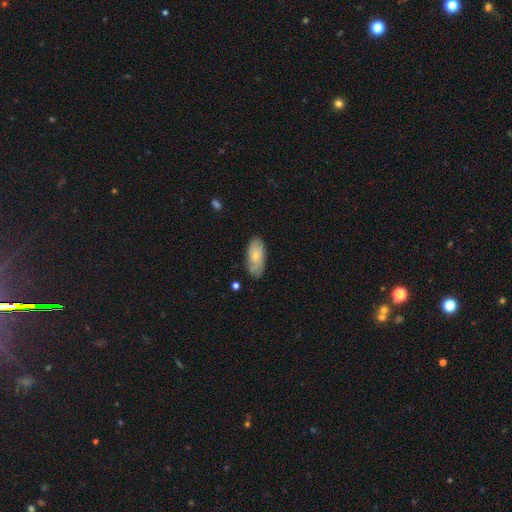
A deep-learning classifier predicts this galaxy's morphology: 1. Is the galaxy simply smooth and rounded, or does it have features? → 65% smooth, 28% featured or disk, 6% star or artifact.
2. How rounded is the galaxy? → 90% in between, 7% cigar-shaped, 3% round.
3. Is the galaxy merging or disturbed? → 75% none, 19% minor disturbance, 4% major disturbance, 2% merger.